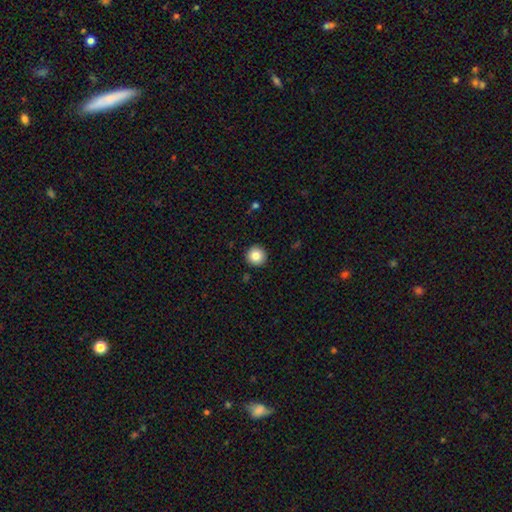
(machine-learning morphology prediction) smooth 84%, star or artifact 9%, featured or disk 7%. Down the decision tree: how rounded — round (96%); merging — none (93%).